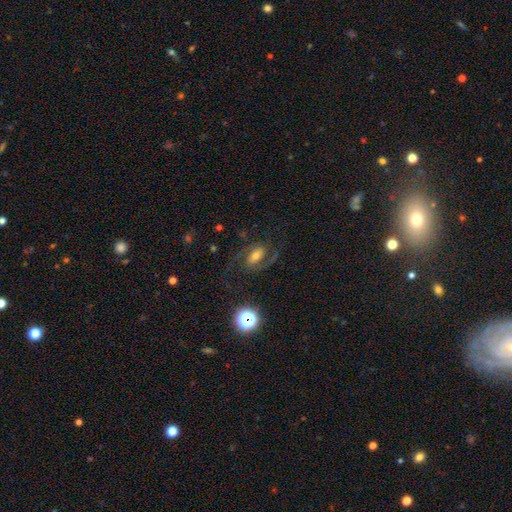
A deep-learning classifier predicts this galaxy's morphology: Overall: featured or disk (73%). Edge-on disk: no (96%). Bar: weak (39%; no 33%). Spiral arms: yes (94%). Spiral arm count: 2 (90%). Spiral winding: medium (53%; loose 32%). Bulge size: moderate (53%; small 28%). Merging: none (71%).